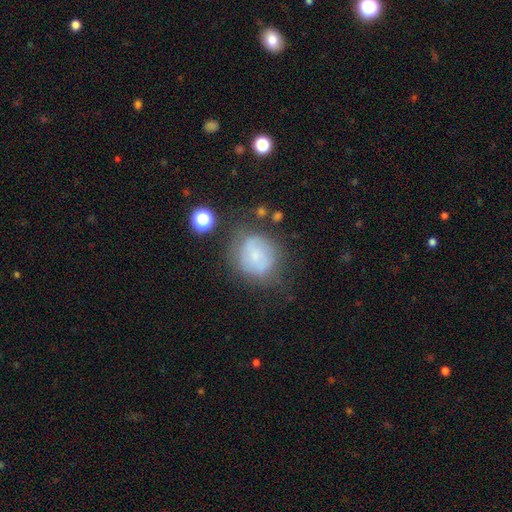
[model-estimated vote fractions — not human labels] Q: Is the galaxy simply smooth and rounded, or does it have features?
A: smooth — 59%.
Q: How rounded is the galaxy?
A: round — 76%.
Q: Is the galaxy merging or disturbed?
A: none — 53%.